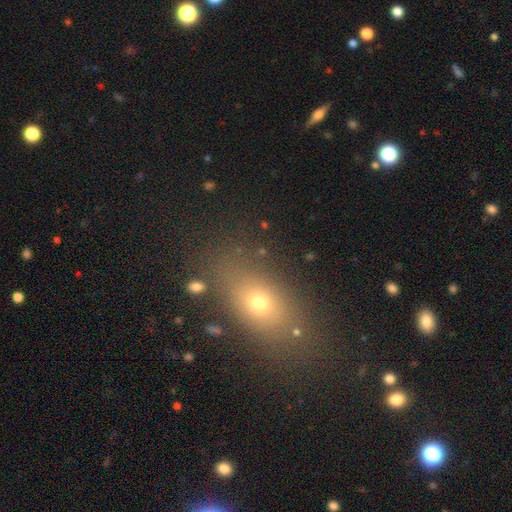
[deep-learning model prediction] Morphology: type=smooth (65%); roundness=in between (70%); merging=none (78%).